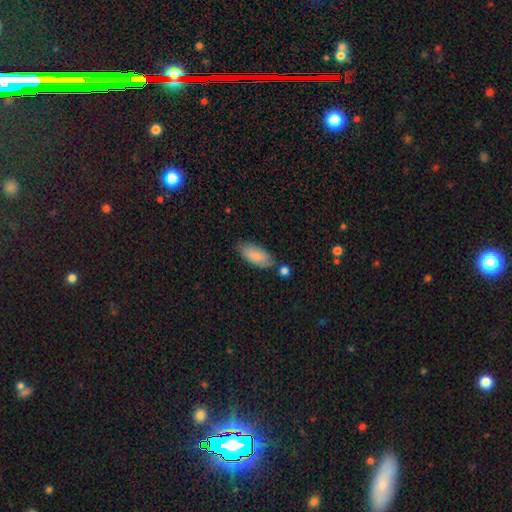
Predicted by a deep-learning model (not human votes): This is clearly a smooth galaxy (82%). How rounded: clearly in between (87%). Merging: likely none (69%).